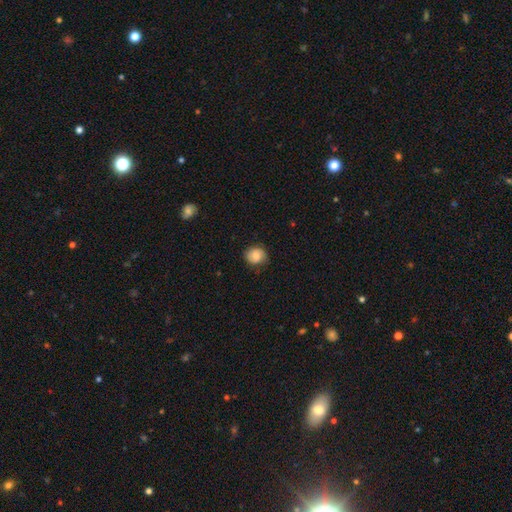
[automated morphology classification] Smooth or featured?
  - smooth: 77% *
  - featured or disk: 15%
  - star or artifact: 8%
How rounded?
  - round: 79% *
  - in between: 21%
  - cigar-shaped: 1%
Merging?
  - none: 76% *
  - minor disturbance: 19%
  - major disturbance: 4%
  - merger: 1%